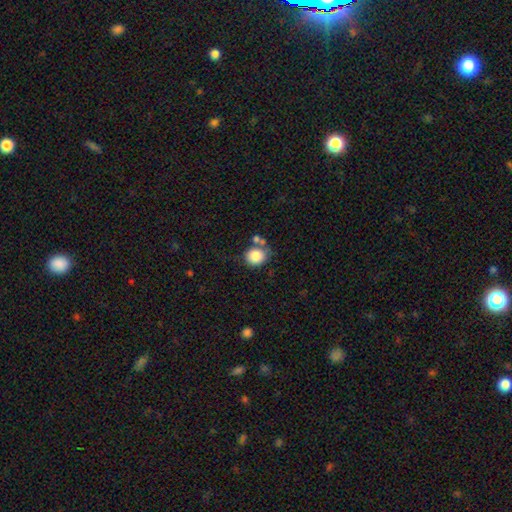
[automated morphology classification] Smooth or featured? Predicted: smooth (p=0.84). How rounded? Predicted: round (p=0.80). Merging? Predicted: none (p=0.61).